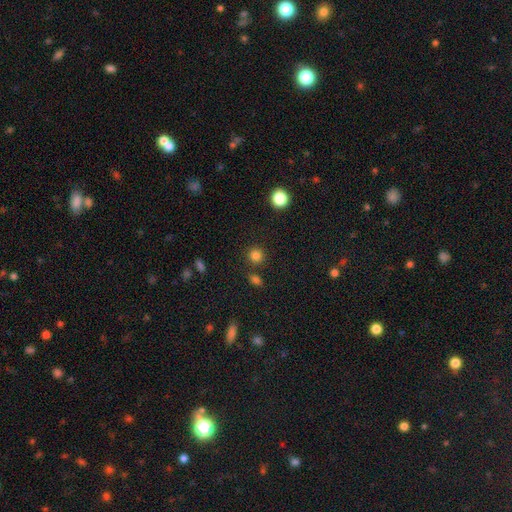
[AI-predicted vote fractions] smooth_or_featured: smooth (p=0.82) [alt: star or artifact p=0.13]
how_rounded: round (p=0.91) [alt: in between p=0.08]
merging: none (p=0.84) [alt: minor disturbance p=0.07]